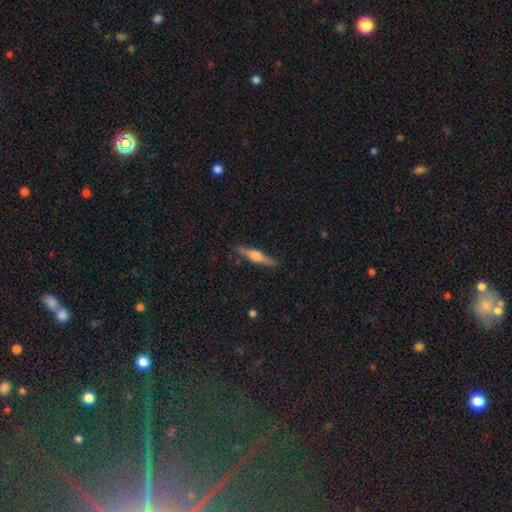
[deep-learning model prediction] A featured or disk galaxy (60%) viewed edge-on (95%) with a rounded central bulge (86%). Merging: none (85%).